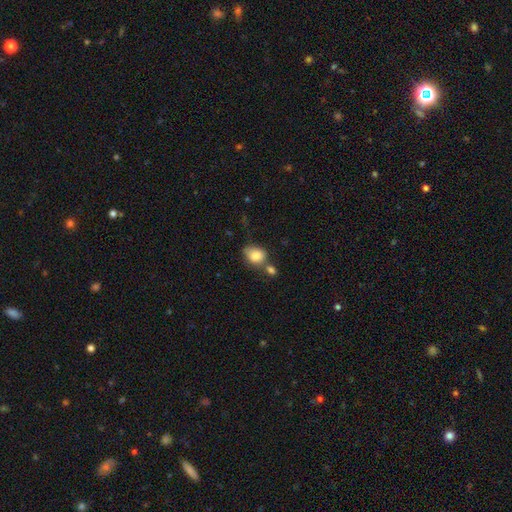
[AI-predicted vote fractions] Morphology: type=smooth (84%); roundness=in between (54%); merging=none (45%).